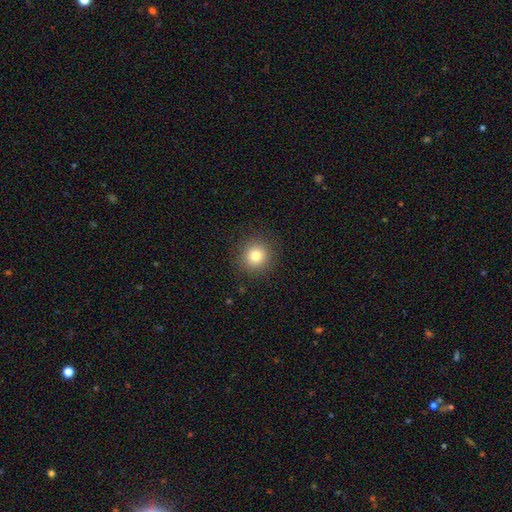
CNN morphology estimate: A smooth galaxy with no disk features (79%) that is round (94%).

Vote fractions:
- Smooth or featured? smooth: 79% / star or artifact: 12% / featured or disk: 8%
- How rounded? round: 94% / in between: 5% / cigar-shaped: 1%
- Merging? none: 90% / minor disturbance: 6% / major disturbance: 2% / merger: 1%